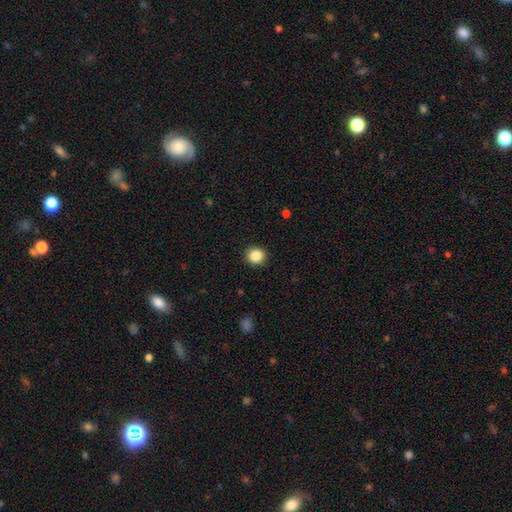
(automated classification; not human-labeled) Morphology: type=smooth (86%); roundness=round (89%); merging=none (91%).